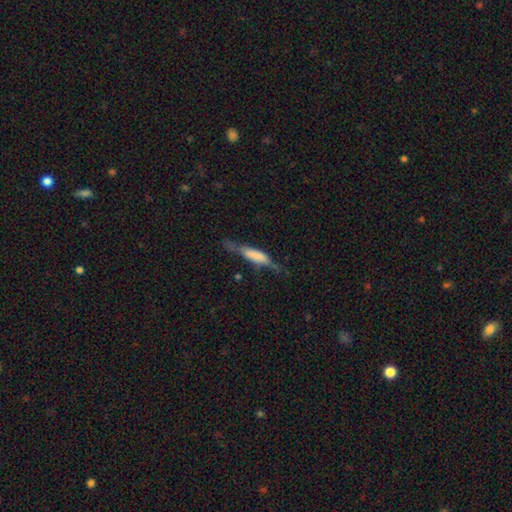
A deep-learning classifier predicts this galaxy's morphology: Smooth or featured? smooth (51%)
How rounded? cigar-shaped (74%)
Merging? none (51%)